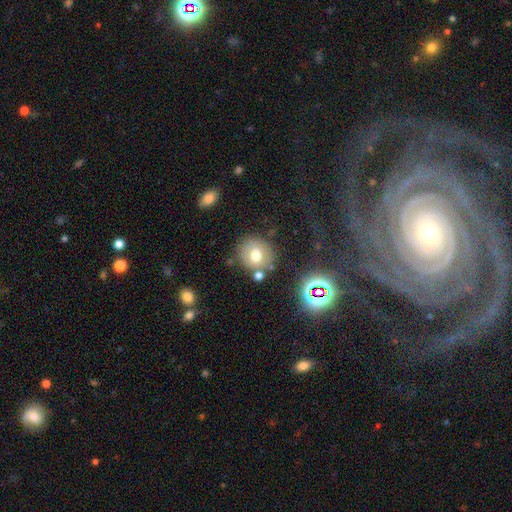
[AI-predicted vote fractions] Smooth or featured? Predicted: smooth (p=0.68). How rounded? Predicted: round (p=0.83). Merging? Predicted: none (p=0.73).